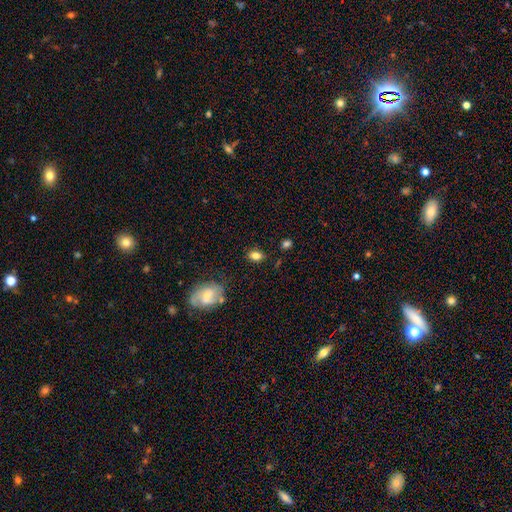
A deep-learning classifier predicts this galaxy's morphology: This appears to be a smooth galaxy with no disk features (80%) that is in between round and cigar-shaped (80%). Merging: none (79%).